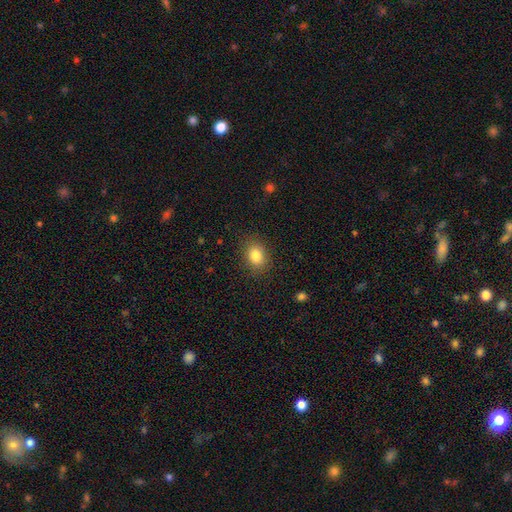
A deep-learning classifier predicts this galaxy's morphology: Overall: smooth (84%). How rounded: in between (66%; round 33%). Merging: none (85%).